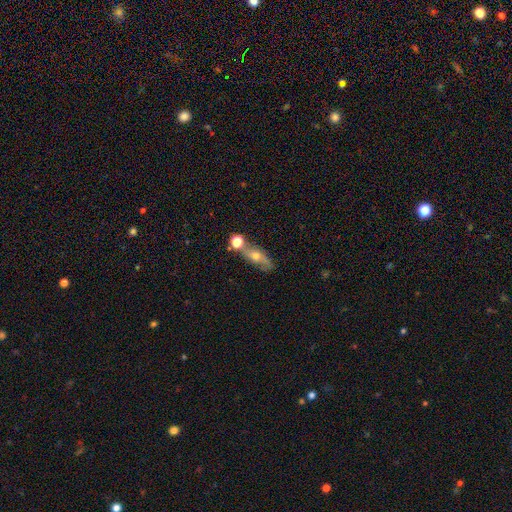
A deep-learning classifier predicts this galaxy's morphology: This appears to be a featured or disk galaxy (45%). Merging: none (56%).